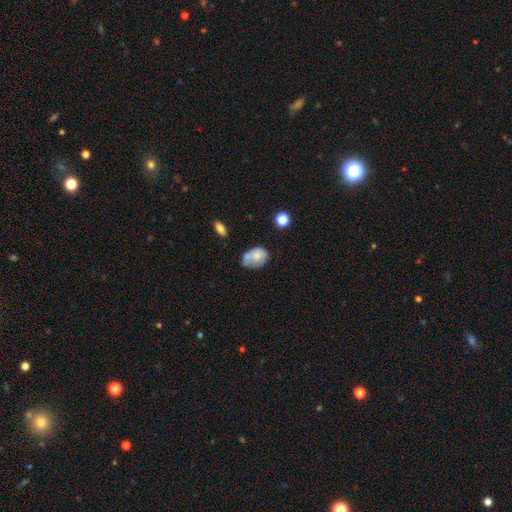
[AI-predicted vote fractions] This is likely a smooth galaxy (67%). How rounded: likely in between (68%). Merging: marginally none (34%).